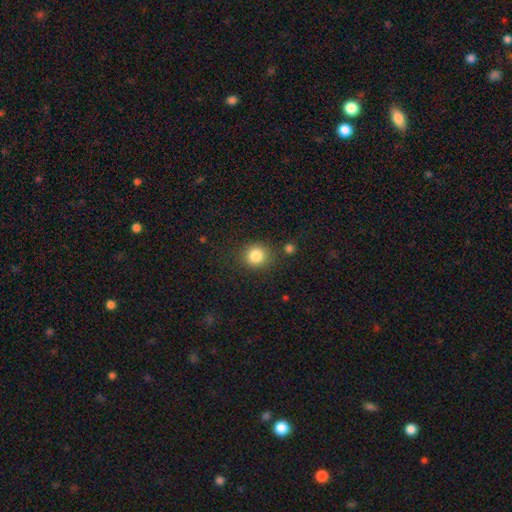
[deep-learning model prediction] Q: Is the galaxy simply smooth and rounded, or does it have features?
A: smooth — 85%.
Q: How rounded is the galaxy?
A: round — 89%.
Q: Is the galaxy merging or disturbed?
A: none — 84%.